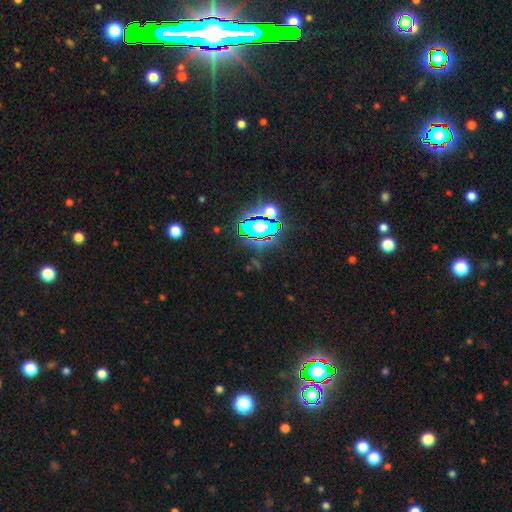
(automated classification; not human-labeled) smooth-or-featured: star or artifact: 78% | smooth: 14% | featured or disk: 9%